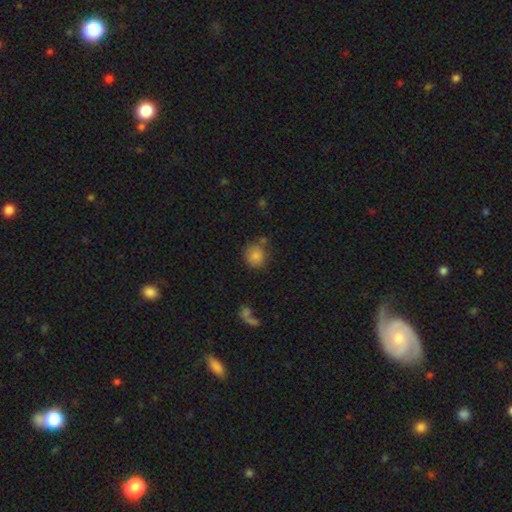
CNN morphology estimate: A smooth galaxy with no disk features (83%) that is round (88%). Merging: none (70%).